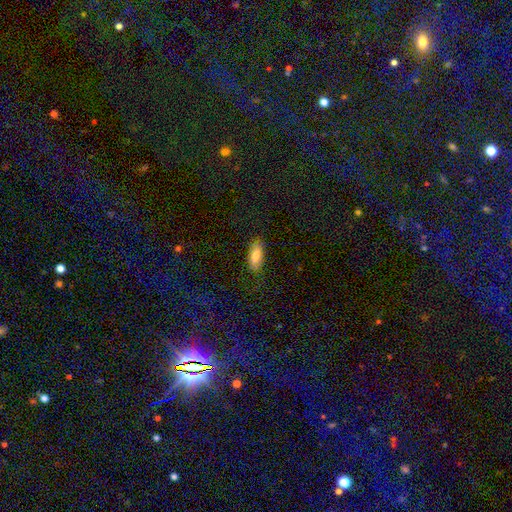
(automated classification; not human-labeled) Smooth or featured?
  - smooth: 76% *
  - featured or disk: 17%
  - star or artifact: 7%
How rounded?
  - in between: 76% *
  - cigar-shaped: 22%
  - round: 2%
Merging?
  - none: 79% *
  - minor disturbance: 16%
  - major disturbance: 4%
  - merger: 1%